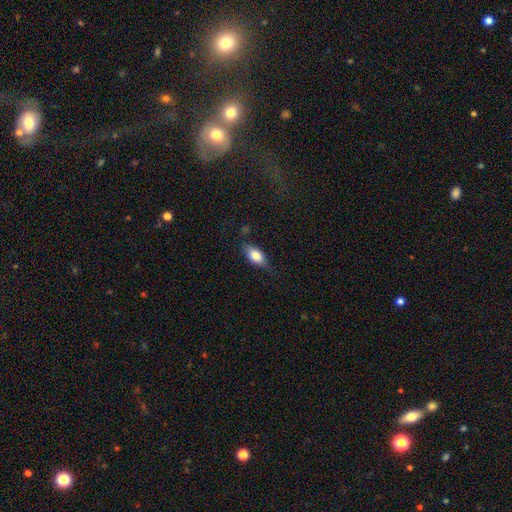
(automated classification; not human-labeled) Morphology: type=smooth (73%); roundness=in between (84%); merging=none (72%).